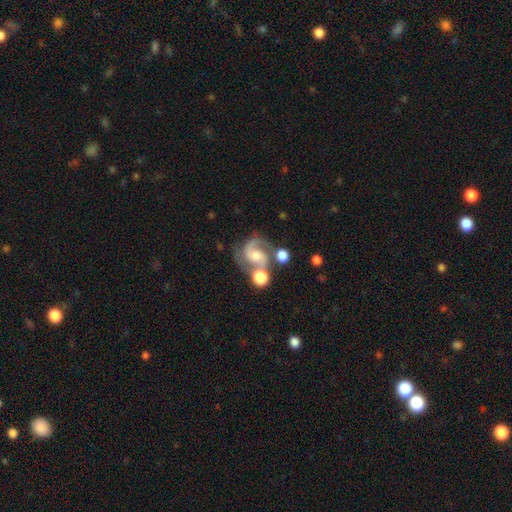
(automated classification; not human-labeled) Q: Smooth or featured?
A: featured or disk (85%); runner-up: smooth (8%)
Q: Edge-on disk?
A: no (98%); runner-up: yes (2%)
Q: Bar?
A: no (51%); runner-up: weak (39%)
Q: Spiral arms?
A: yes (97%); runner-up: no (3%)
Q: Spiral winding?
A: medium (60%); runner-up: tight (21%)
Q: Spiral arm count?
A: 2 (88%); runner-up: 1 (4%)
Q: Bulge size?
A: moderate (50%); runner-up: small (37%)
Q: Merging?
A: none (50%); runner-up: merger (23%)